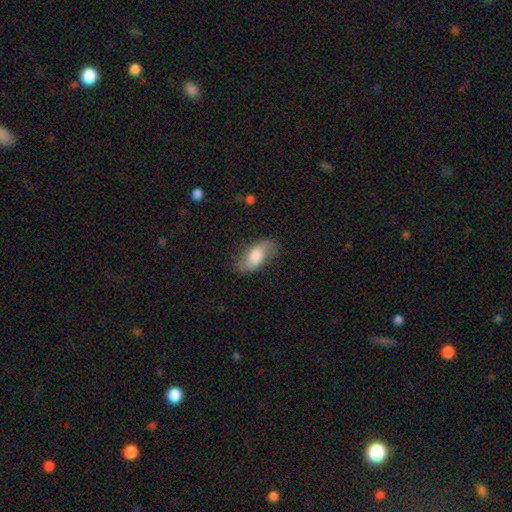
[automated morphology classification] Overall: smooth (64%; featured or disk 29%). How rounded: in between (88%). Merging: none (69%).